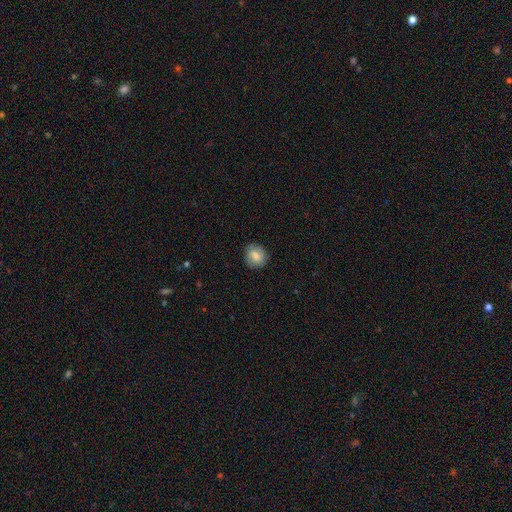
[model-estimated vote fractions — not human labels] Q: Smooth or featured?
A: smooth (72%); runner-up: featured or disk (19%)
Q: How rounded?
A: round (78%); runner-up: in between (21%)
Q: Merging?
A: none (83%); runner-up: minor disturbance (12%)